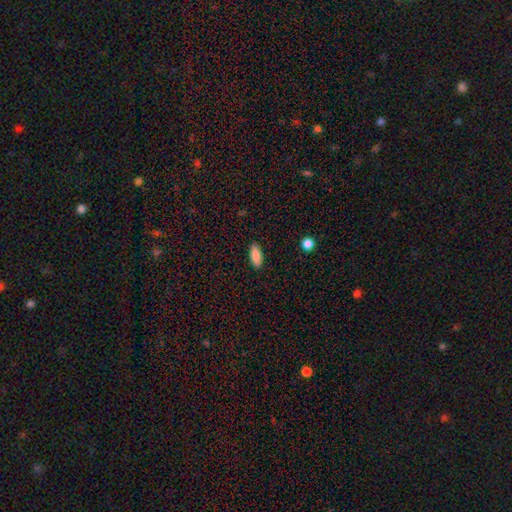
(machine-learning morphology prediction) type=smooth (88%); roundness=in between (79%); merging=none (89%).